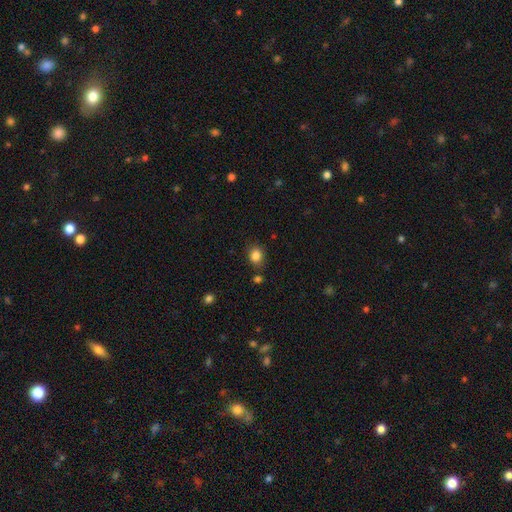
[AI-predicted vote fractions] A smooth galaxy with no disk features (84%) that is round (60%). Merging: none (81%).